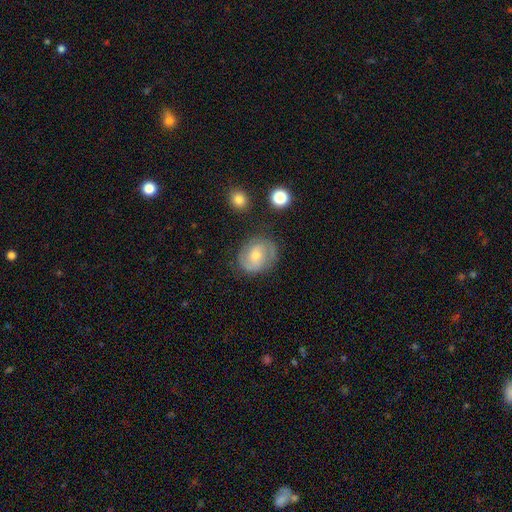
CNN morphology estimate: Smooth or featured?
  - featured or disk: 62% *
  - smooth: 30%
  - star or artifact: 8%
Edge-on disk?
  - no: 97% *
  - yes: 3%
Bar?
  - no: 50% *
  - weak: 41%
  - strong: 9%
Spiral arms?
  - yes: 88% *
  - no: 12%
Spiral winding?
  - medium: 49% *
  - tight: 33%
  - loose: 18%
Spiral arm count?
  - 2: 85% *
  - can't tell: 9%
  - 1: 2%
  - 3: 2%
  - 4: 1%
  - more than 4: 1%
Bulge size?
  - moderate: 49% *
  - small: 45%
  - large: 3%
  - none: 3%
  - dominant: 1%
Merging?
  - none: 76% *
  - minor disturbance: 16%
  - major disturbance: 5%
  - merger: 2%